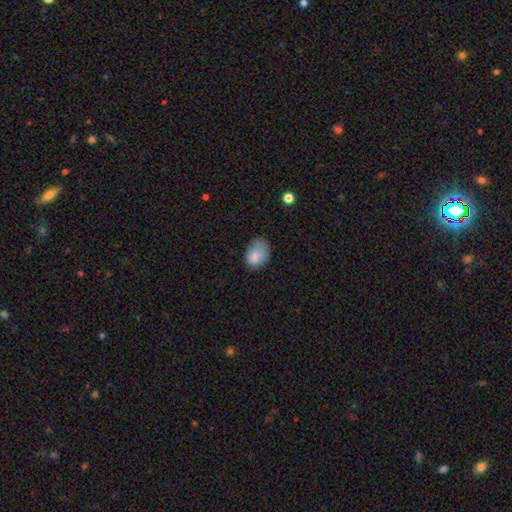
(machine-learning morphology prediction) smooth 83%, featured or disk 9%, star or artifact 8%. Down the decision tree: how rounded — in between (79%); merging — none (61%).